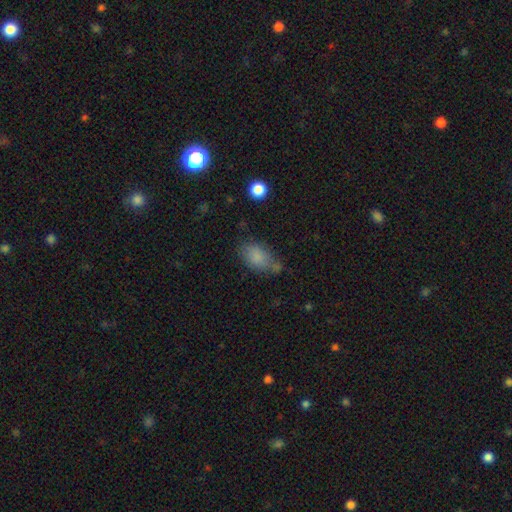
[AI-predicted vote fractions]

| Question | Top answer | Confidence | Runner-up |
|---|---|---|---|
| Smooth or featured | smooth | 80% | star or artifact (11%) |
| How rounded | in between | 84% | round (13%) |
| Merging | none | 60% | minor disturbance (23%) |